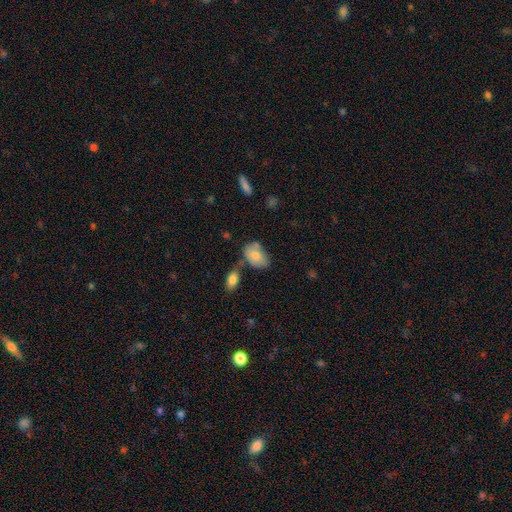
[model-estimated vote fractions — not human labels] The model was most divided on "merging": none: 53%, minor disturbance: 22%, merger: 19%, major disturbance: 6%. More confident: how rounded — in between (90%); smooth or featured — smooth (77%).